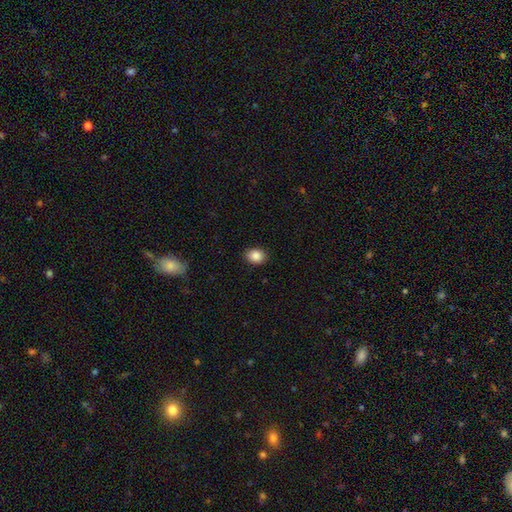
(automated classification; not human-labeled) A smooth galaxy with no disk features (87%) that is in between round and cigar-shaped (56%).

Vote fractions:
- Smooth or featured? smooth: 87% / star or artifact: 9% / featured or disk: 4%
- How rounded? in between: 56% / round: 43% / cigar-shaped: 1%
- Merging? none: 87% / minor disturbance: 10% / major disturbance: 2% / merger: 1%